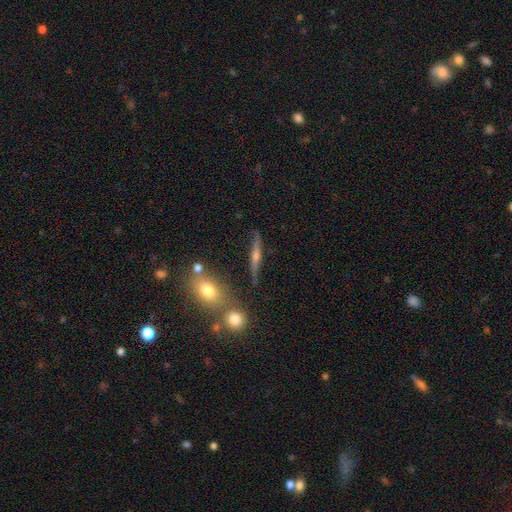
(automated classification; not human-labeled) featured or disk 65%, smooth 25%, star or artifact 10%. Down the decision tree: edge-on disk — yes (90%); edge-on bulge — rounded (82%); merging — none (78%).